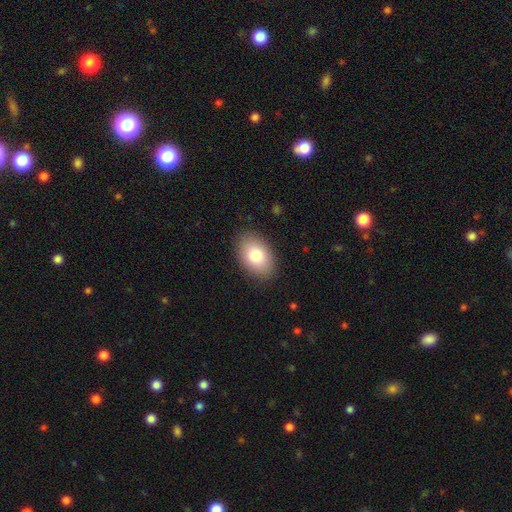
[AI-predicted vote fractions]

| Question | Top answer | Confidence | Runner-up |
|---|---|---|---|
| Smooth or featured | smooth | 81% | featured or disk (12%) |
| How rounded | in between | 88% | round (11%) |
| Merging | none | 87% | minor disturbance (9%) |